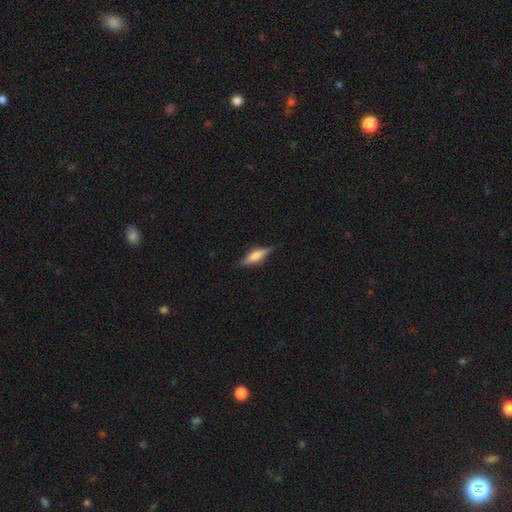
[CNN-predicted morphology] The model was most divided on "smooth or featured": featured or disk: 47%, smooth: 46%, star or artifact: 7%. More confident: merging — none (83%).